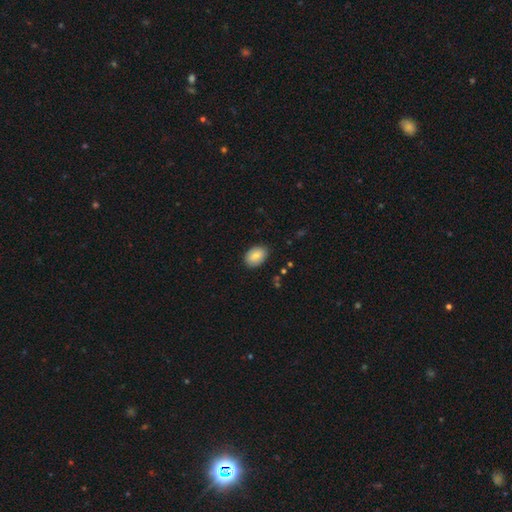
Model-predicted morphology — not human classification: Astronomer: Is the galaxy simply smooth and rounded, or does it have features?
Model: smooth — 84%.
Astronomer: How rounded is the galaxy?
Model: in between — 80%.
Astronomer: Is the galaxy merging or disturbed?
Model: none — 86%.